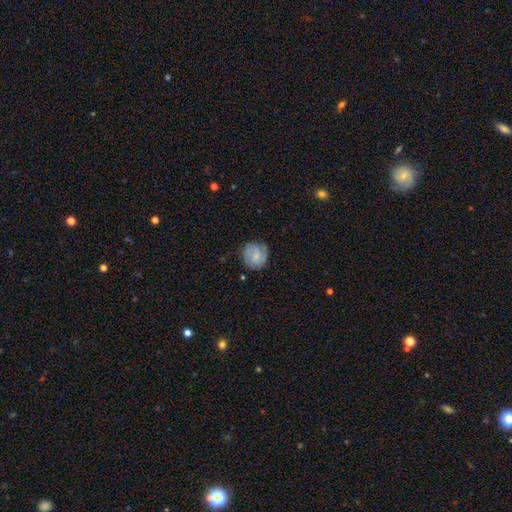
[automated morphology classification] Overall: featured or disk (58%; smooth 35%). Edge-on disk: no (98%). Bar: no (58%; weak 36%). Spiral arms: yes (91%). Spiral arm count: 2 (46%; can't tell 22%). Spiral winding: tight (53%; medium 37%). Bulge size: small (61%; moderate 22%). Merging: none (78%).